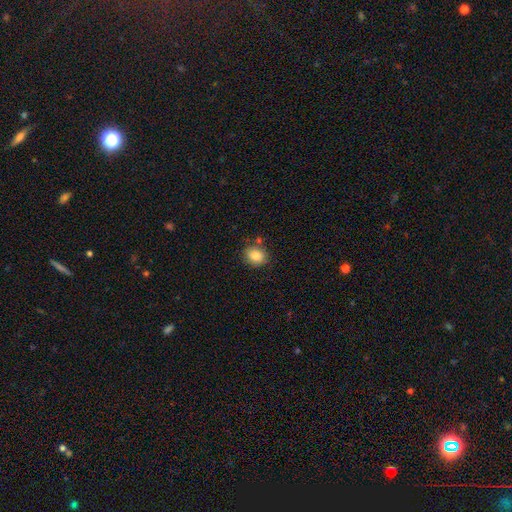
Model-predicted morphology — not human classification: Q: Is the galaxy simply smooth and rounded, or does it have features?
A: smooth — 83%.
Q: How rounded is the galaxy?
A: round — 64%.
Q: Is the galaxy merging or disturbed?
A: none — 79%.